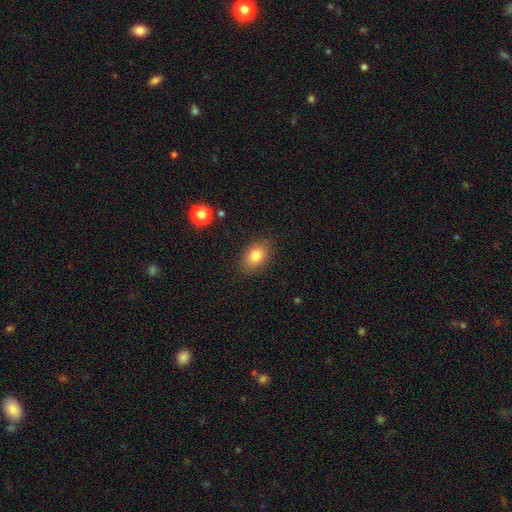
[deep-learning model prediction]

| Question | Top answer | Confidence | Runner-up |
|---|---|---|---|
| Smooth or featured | smooth | 81% | featured or disk (9%) |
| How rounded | in between | 81% | round (18%) |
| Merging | none | 86% | minor disturbance (10%) |